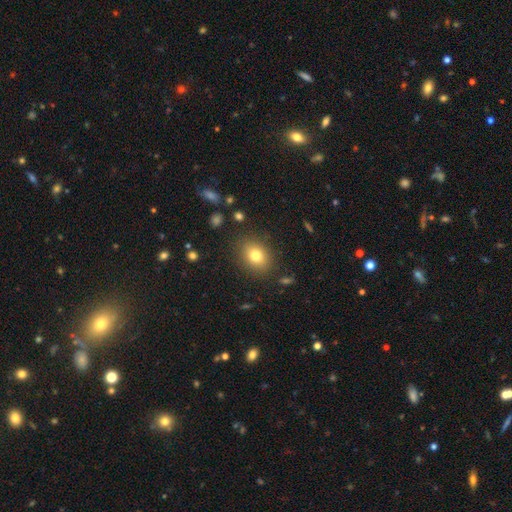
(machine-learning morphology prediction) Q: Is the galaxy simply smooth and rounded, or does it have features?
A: smooth — 79%.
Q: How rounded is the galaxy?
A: in between — 53%.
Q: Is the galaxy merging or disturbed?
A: none — 86%.